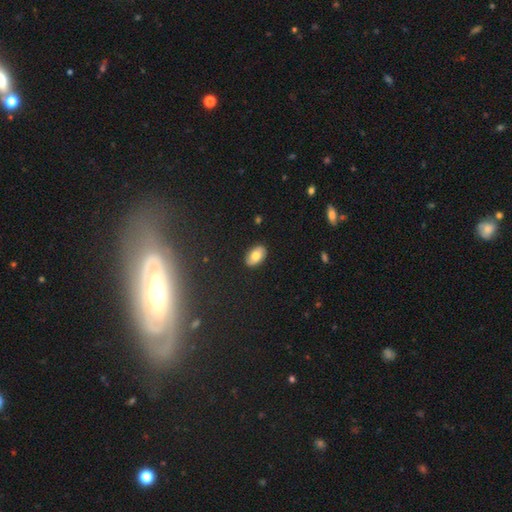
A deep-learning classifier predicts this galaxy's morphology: Smooth or featured: smooth — 76% (featured or disk — 15%)
How rounded: in between — 92% (round — 6%)
Merging: none — 88% (minor disturbance — 9%)